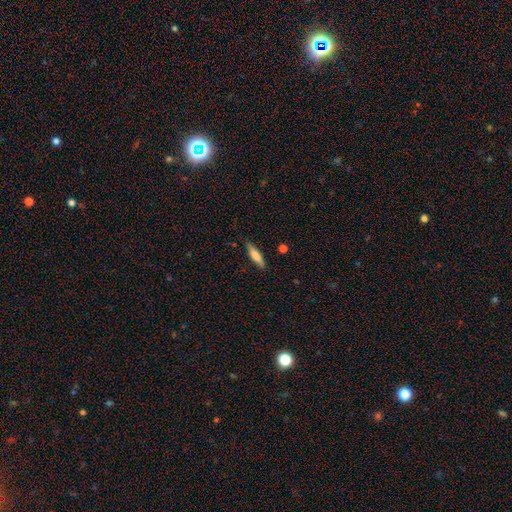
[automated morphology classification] This appears to be a smooth galaxy with no disk features (74%) that is cigar-shaped (73%). Merging: none (84%).